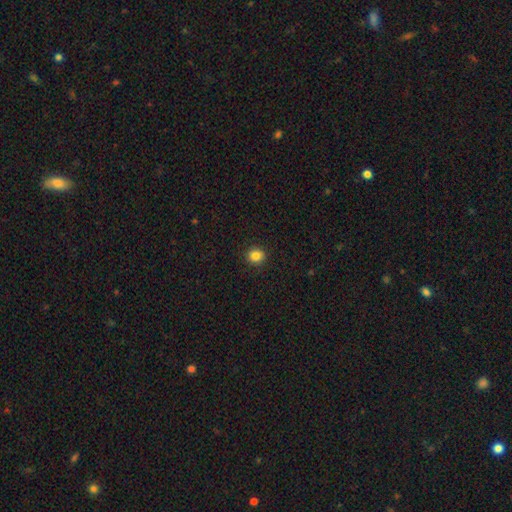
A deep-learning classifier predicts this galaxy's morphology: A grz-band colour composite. It shows a smooth galaxy with no disk features (85%) that is round (78%). Merging: none (92%).